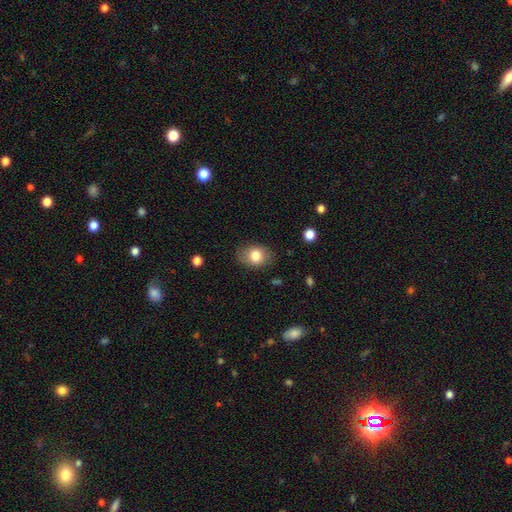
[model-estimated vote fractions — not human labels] Smooth or featured? Predicted: smooth (p=0.81). How rounded? Predicted: in between (p=0.69). Merging? Predicted: none (p=0.81).